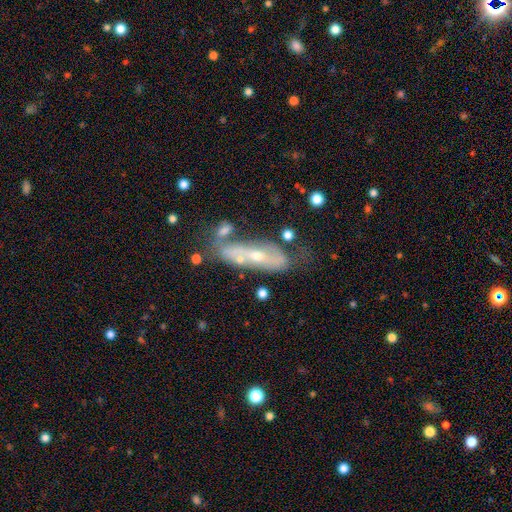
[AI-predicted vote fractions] This appears to be a featured or disk galaxy (63%). Merging: none (42%).